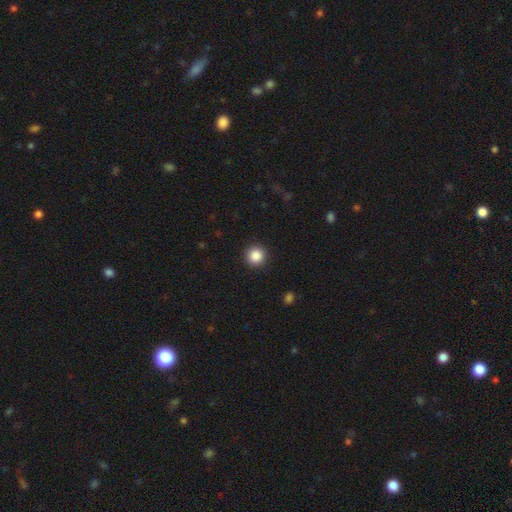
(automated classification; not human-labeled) Smooth or featured: smooth — 87% (star or artifact — 10%)
How rounded: round — 95% (in between — 4%)
Merging: none — 92% (minor disturbance — 5%)